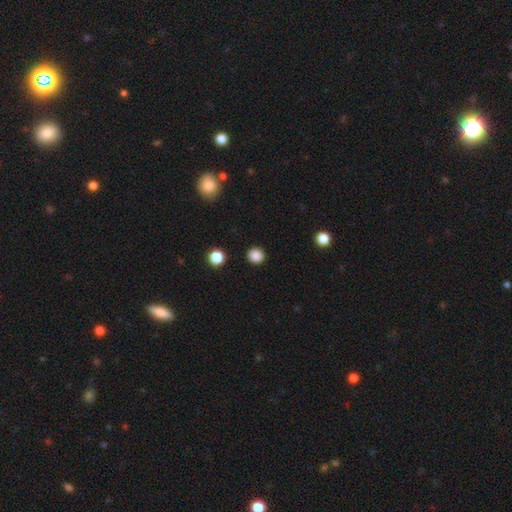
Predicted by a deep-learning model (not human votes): The model was most divided on "smooth or featured": smooth: 86%, star or artifact: 11%, featured or disk: 3%. More confident: how rounded — round (92%); merging — none (92%).